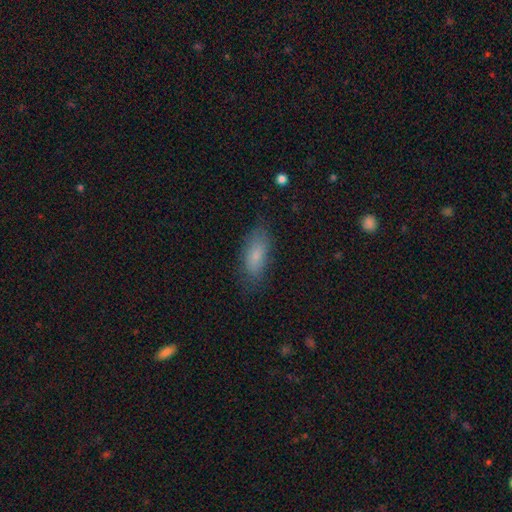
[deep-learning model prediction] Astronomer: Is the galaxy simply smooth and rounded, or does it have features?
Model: smooth — 79%.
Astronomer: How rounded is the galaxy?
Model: in between — 80%.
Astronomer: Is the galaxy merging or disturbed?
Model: none — 75%.